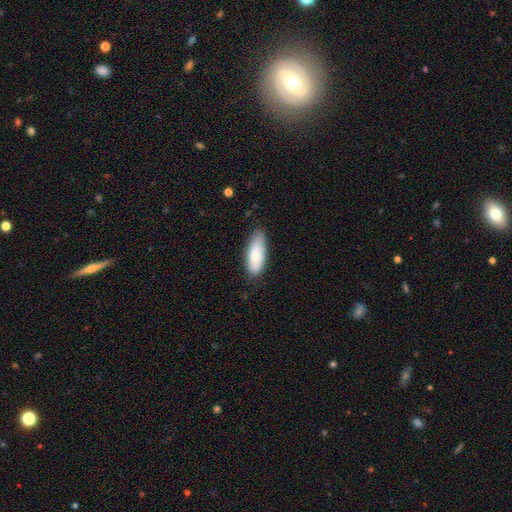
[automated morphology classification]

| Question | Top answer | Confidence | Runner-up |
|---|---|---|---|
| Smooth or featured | smooth | 84% | featured or disk (11%) |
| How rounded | in between | 70% | cigar-shaped (28%) |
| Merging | none | 77% | minor disturbance (19%) |